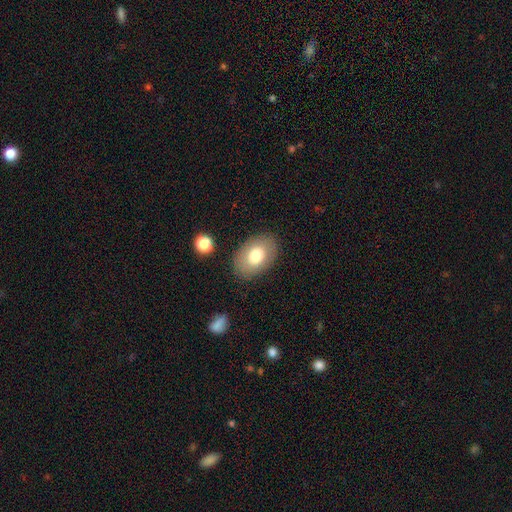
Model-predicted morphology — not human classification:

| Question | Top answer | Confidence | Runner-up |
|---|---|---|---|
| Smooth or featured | smooth | 75% | featured or disk (18%) |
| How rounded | in between | 84% | round (15%) |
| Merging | none | 86% | minor disturbance (10%) |